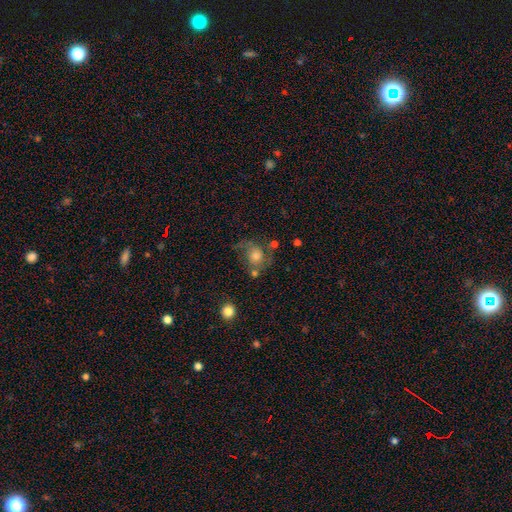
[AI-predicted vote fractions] This is possibly a featured or disk galaxy (49%). Merging: possibly none (49%).